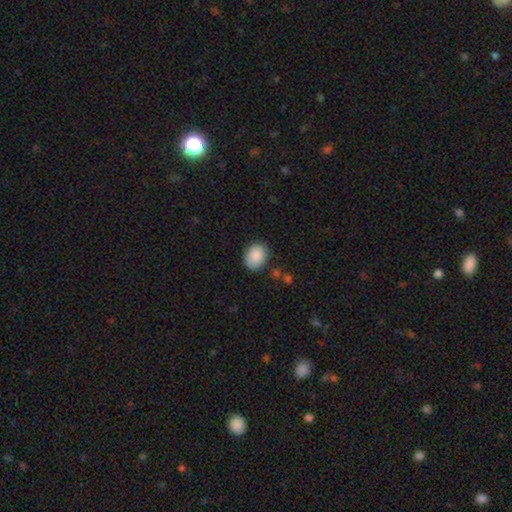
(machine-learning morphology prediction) Smooth or featured? Predicted: smooth (p=0.89). How rounded? Predicted: in between (p=0.61). Merging? Predicted: none (p=0.81).